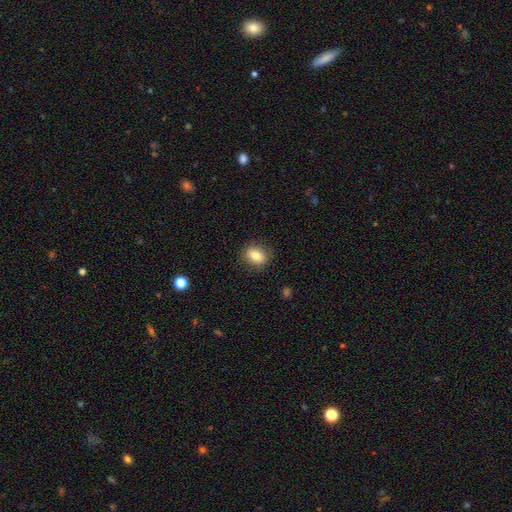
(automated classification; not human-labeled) smooth_or_featured: smooth (p=0.80) [alt: featured or disk p=0.11]
how_rounded: in between (p=0.65) [alt: round p=0.34]
merging: none (p=0.84) [alt: minor disturbance p=0.12]